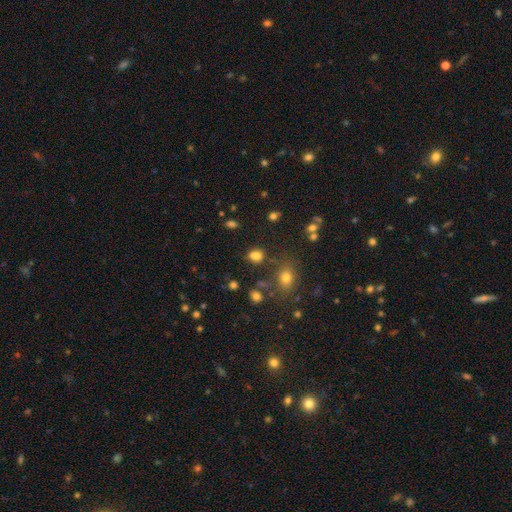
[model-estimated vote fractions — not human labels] smooth_or_featured: smooth (p=0.73) [alt: star or artifact p=0.20]
how_rounded: round (p=0.53) [alt: in between p=0.45]
merging: none (p=0.64) [alt: merger p=0.15]